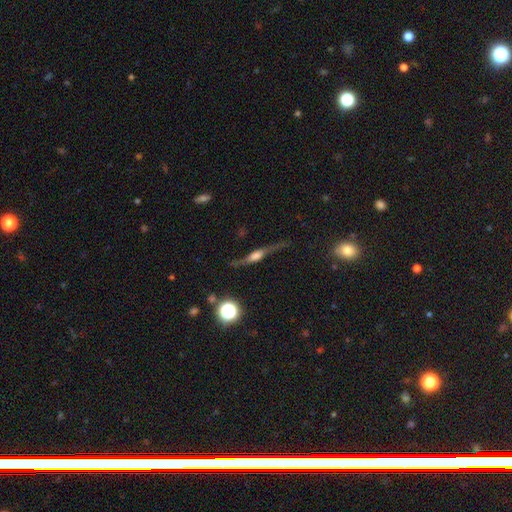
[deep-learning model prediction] This is likely a featured or disk galaxy (74%). It is clearly viewed edge-on (87%). Edge-on bulge: likely rounded (73%). Merging: likely none (71%).